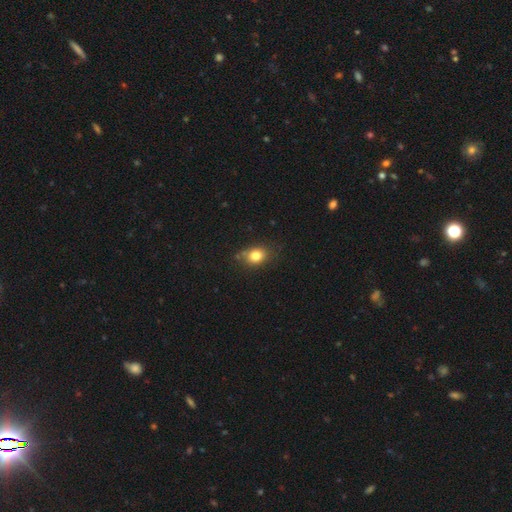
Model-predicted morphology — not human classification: smooth-or-featured: smooth: 80% | star or artifact: 11% | featured or disk: 9%
  how-rounded: in between: 54% | round: 45% | cigar-shaped: 1%
  merging: none: 72% | minor disturbance: 20% | major disturbance: 5% | merger: 4%